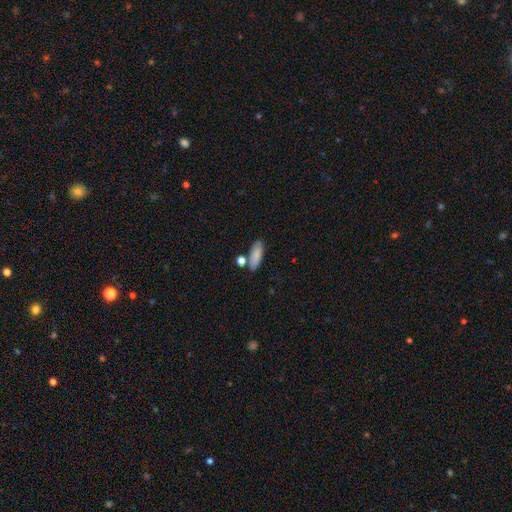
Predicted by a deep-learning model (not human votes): The model was most divided on "how rounded": in between: 70%, cigar-shaped: 27%, round: 3%. More confident: smooth or featured — smooth (84%); merging — none (68%).